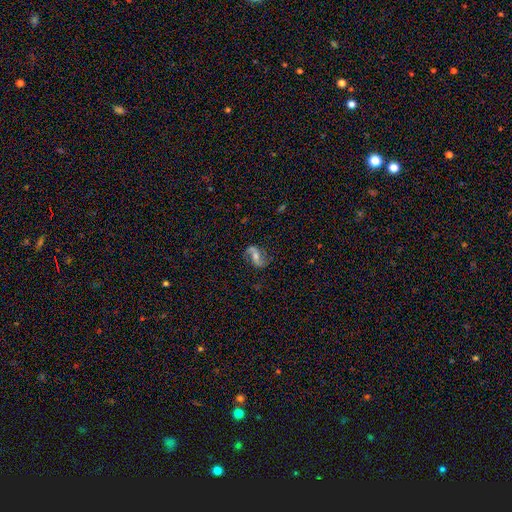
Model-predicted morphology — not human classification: smooth-or-featured: featured or disk: 81% | smooth: 12% | star or artifact: 7%
  disk-edge-on: no: 97% | yes: 3%
    bar: weak: 41% | no: 31% | strong: 28%
    has-spiral-arms: yes: 95% | no: 5%
      spiral-winding: loose: 61% | medium: 31% | tight: 8%
      spiral-arm-count: 2: 92% | 1: 3% | can't tell: 2% | 3: 1% | 4: 1% | more than 4: 1%
    bulge-size: moderate: 56% | small: 30% | large: 7% | none: 6% | dominant: 2%
  merging: none: 77% | minor disturbance: 14% | major disturbance: 7% | merger: 2%